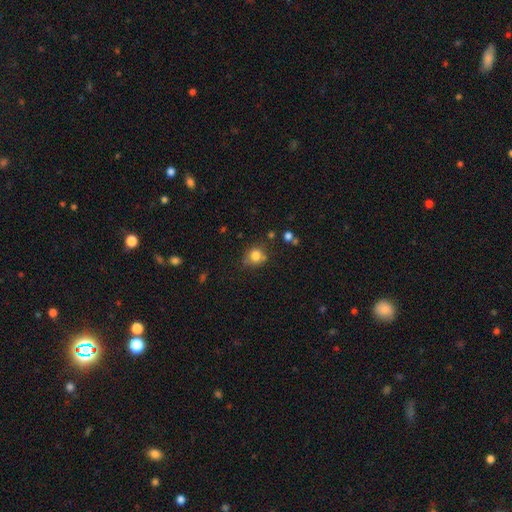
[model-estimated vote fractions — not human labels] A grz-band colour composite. It shows a smooth galaxy with no disk features (79%) that is round (77%). Merging: none (62%).